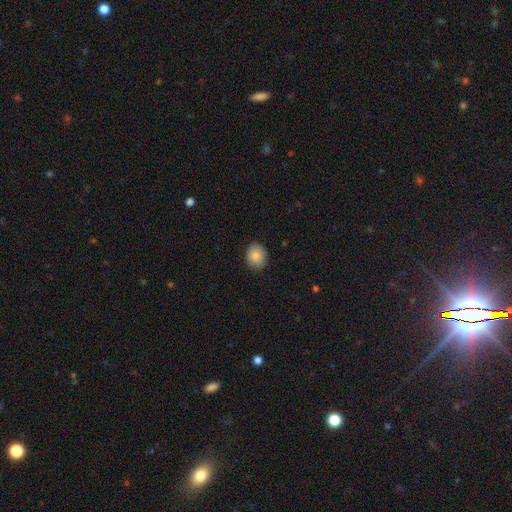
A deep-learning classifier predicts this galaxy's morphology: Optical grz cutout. It shows a smooth galaxy with no disk features (87%) that is round (54%). Merging: none (87%).